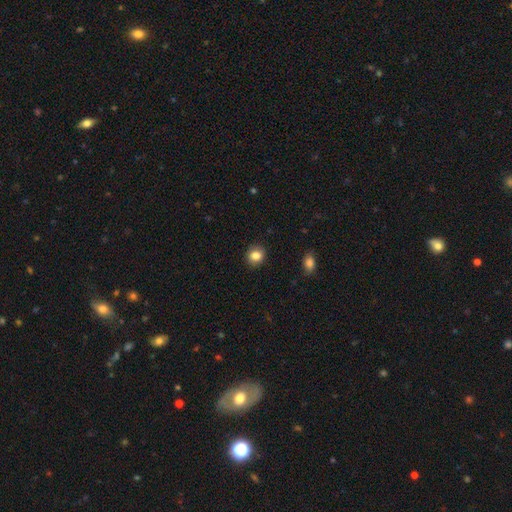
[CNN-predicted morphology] This is clearly a smooth galaxy (85%). How rounded: likely round (73%). Merging: clearly none (89%).